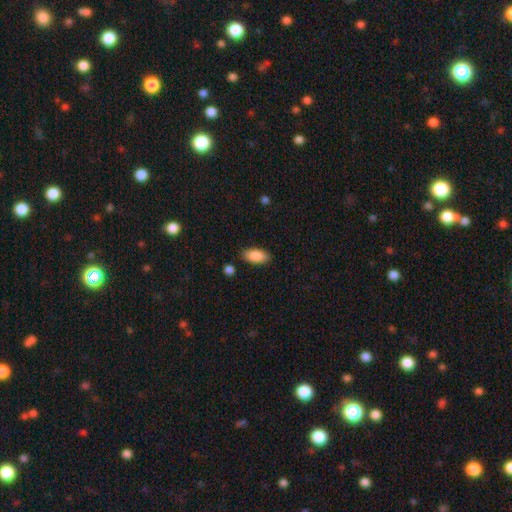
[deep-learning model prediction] A smooth galaxy with no disk features (87%) that is in between round and cigar-shaped (91%).

Vote fractions:
- Smooth or featured? smooth: 87% / star or artifact: 6% / featured or disk: 6%
- How rounded? in between: 91% / cigar-shaped: 7% / round: 2%
- Merging? none: 86% / minor disturbance: 9% / major disturbance: 2% / merger: 2%